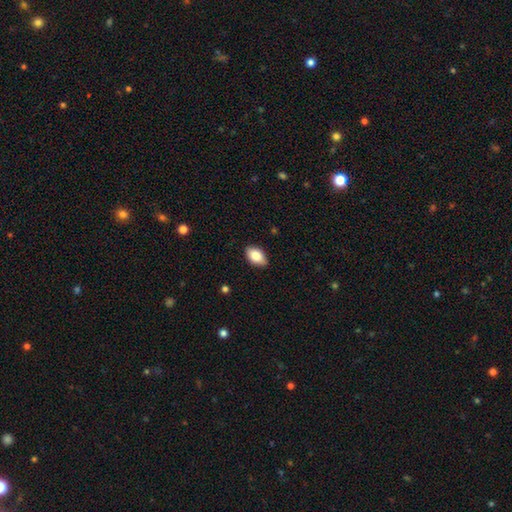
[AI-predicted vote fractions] The model was most divided on "merging": none: 86%, minor disturbance: 11%, major disturbance: 2%, merger: 1%. More confident: how rounded — in between (92%); smooth or featured — smooth (84%).